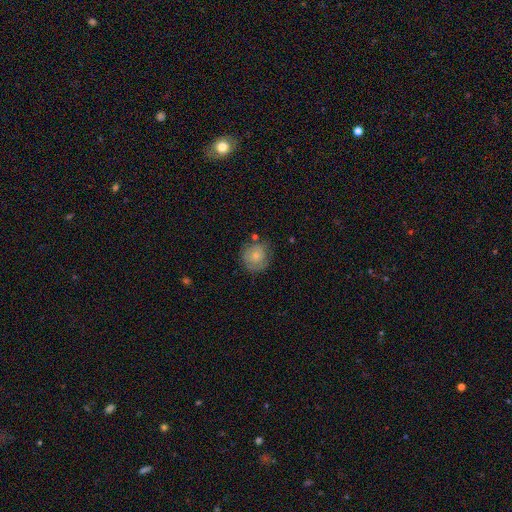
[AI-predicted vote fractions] smooth 55%, featured or disk 37%, star or artifact 8%. Down the decision tree: how rounded — round (87%); merging — none (67%).